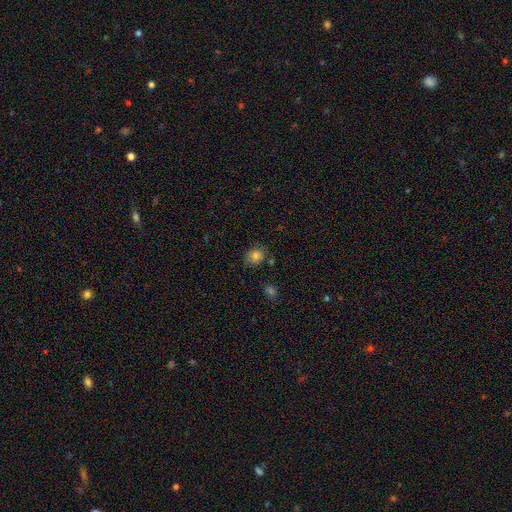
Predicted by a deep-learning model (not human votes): Smooth or featured? Predicted: smooth (p=0.81). How rounded? Predicted: round (p=0.74). Merging? Predicted: none (p=0.77).